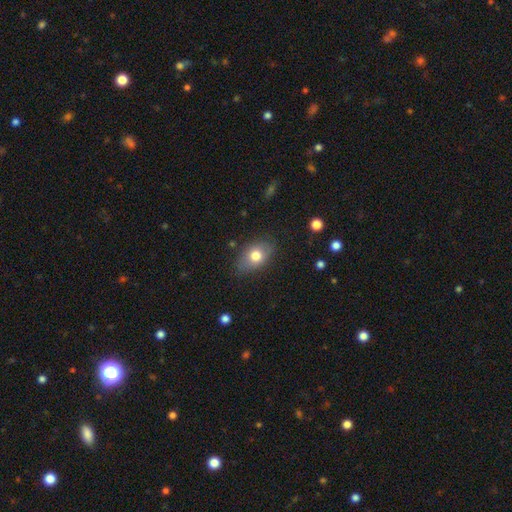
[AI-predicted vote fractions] Smooth or featured? smooth (75%)
How rounded? in between (82%)
Merging? none (79%)